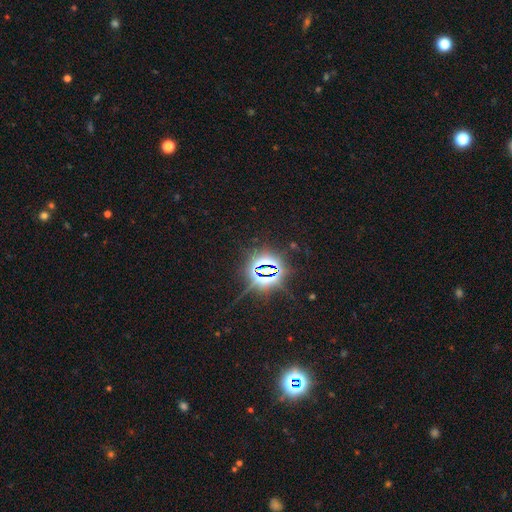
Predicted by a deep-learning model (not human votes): Smooth or featured?
  - star or artifact: 84% *
  - smooth: 10%
  - featured or disk: 7%